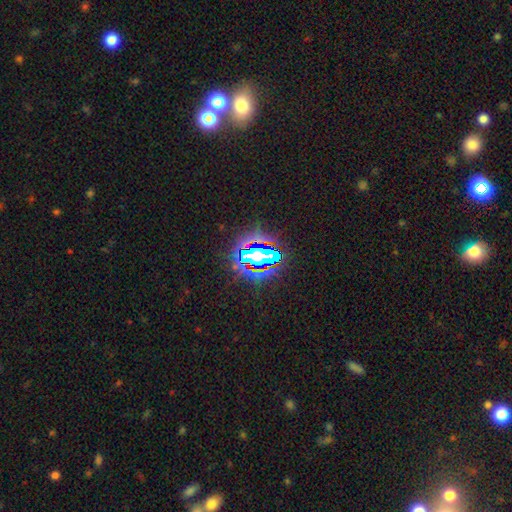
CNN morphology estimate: Smooth or featured: star or artifact — 72% (smooth — 15%)